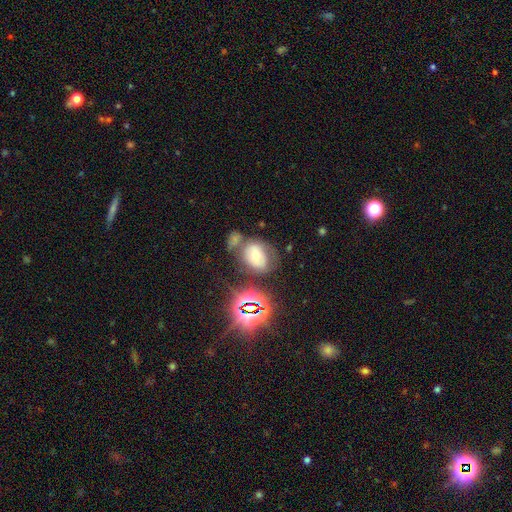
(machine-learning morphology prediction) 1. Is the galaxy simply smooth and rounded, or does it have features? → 51% smooth, 26% featured or disk, 23% star or artifact.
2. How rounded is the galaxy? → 61% in between, 37% round, 1% cigar-shaped.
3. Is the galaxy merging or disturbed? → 48% none, 20% merger, 20% minor disturbance, 13% major disturbance.